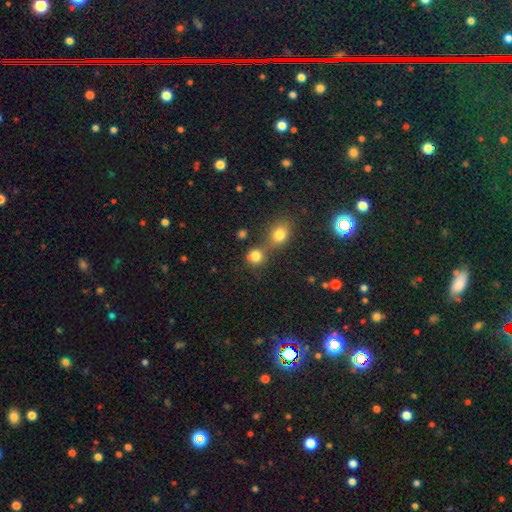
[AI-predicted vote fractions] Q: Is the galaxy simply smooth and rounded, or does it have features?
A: smooth — 80%.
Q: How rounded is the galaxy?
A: round — 82%.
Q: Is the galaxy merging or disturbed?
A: none — 52%.